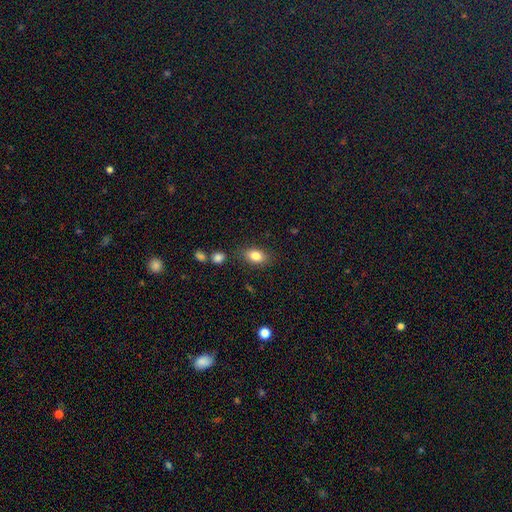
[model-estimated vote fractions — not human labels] Smooth or featured? Predicted: smooth (p=0.82). How rounded? Predicted: in between (p=0.83). Merging? Predicted: none (p=0.80).